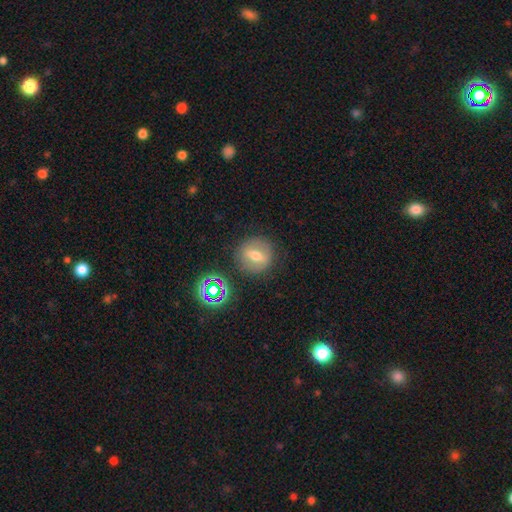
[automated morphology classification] Smooth or featured? Predicted: featured or disk (p=0.46). Merging? Predicted: none (p=0.85).